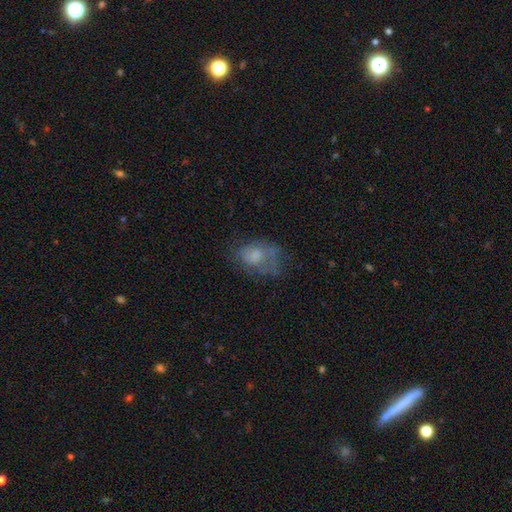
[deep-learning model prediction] Smooth or featured: smooth — 55% (featured or disk — 33%)
How rounded: in between — 78% (round — 20%)
Merging: none — 39% (major disturbance — 31%)